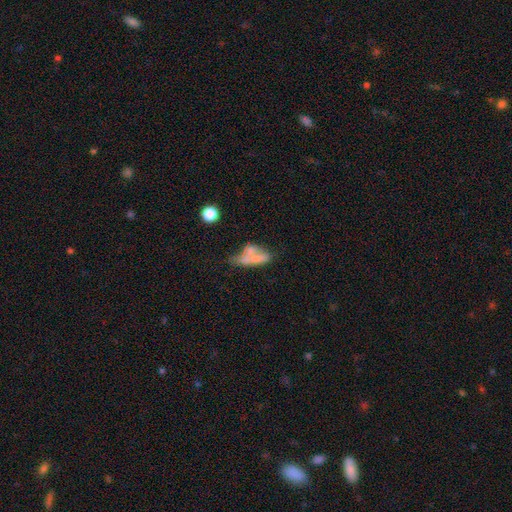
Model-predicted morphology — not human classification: Overall: smooth (49%; featured or disk 40%). Merging: merger (41%; major disturbance 21%).